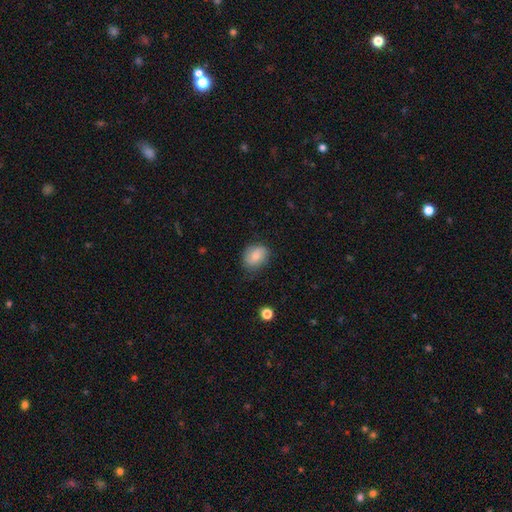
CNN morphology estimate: Smooth or featured?
  - smooth: 81% *
  - featured or disk: 12%
  - star or artifact: 8%
How rounded?
  - in between: 57% *
  - round: 42%
  - cigar-shaped: 1%
Merging?
  - none: 70% *
  - minor disturbance: 24%
  - major disturbance: 6%
  - merger: 1%